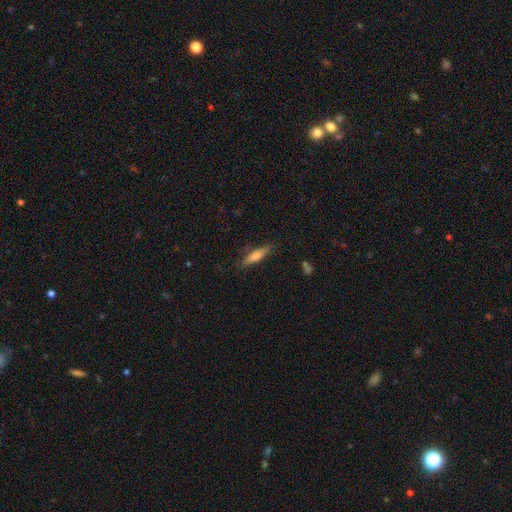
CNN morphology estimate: type=smooth (55%); roundness=cigar-shaped (83%); merging=none (85%).